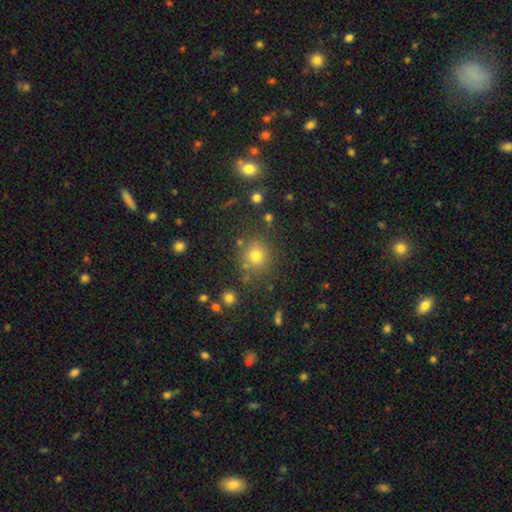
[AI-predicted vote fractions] The model was most divided on "smooth or featured": smooth: 72%, star or artifact: 19%, featured or disk: 8%. More confident: how rounded — round (87%); merging — none (79%).